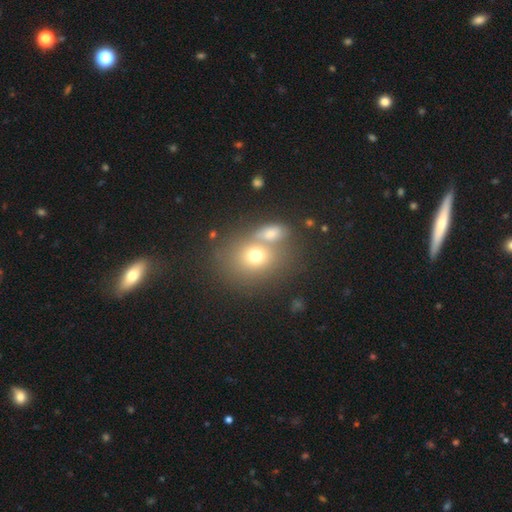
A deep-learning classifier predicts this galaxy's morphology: This is likely a smooth galaxy (69%). How rounded: likely round (64%). Merging: marginally none (42%, tied with merger).